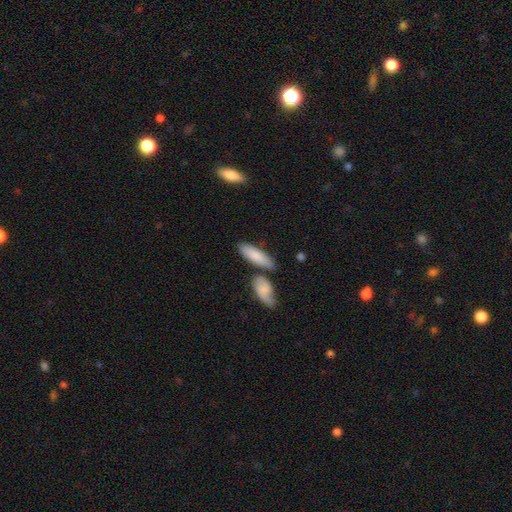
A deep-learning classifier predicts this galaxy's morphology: smooth-or-featured: smooth: 81% | featured or disk: 14% | star or artifact: 6%
  how-rounded: in between: 60% | cigar-shaped: 38% | round: 2%
  merging: none: 67% | minor disturbance: 15% | merger: 14% | major disturbance: 4%